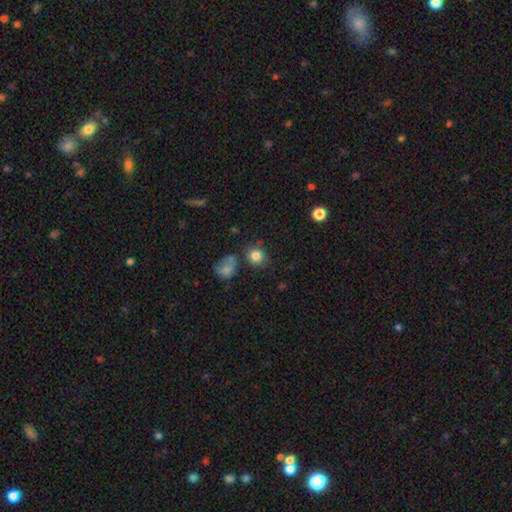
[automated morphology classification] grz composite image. It shows a smooth galaxy with no disk features (83%) that is round (77%). Merging: none (73%).